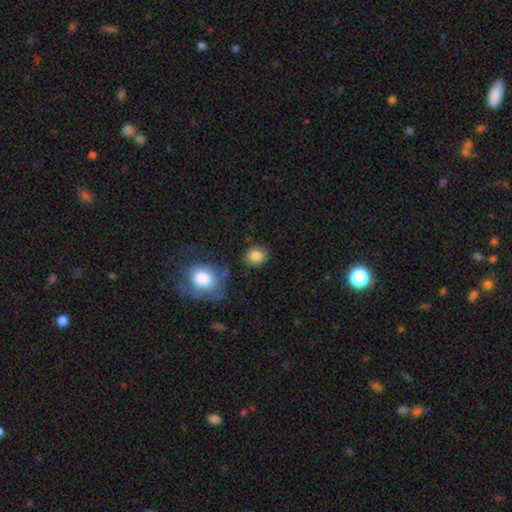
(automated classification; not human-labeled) Morphology: type=smooth (84%); roundness=round (57%); merging=none (80%).